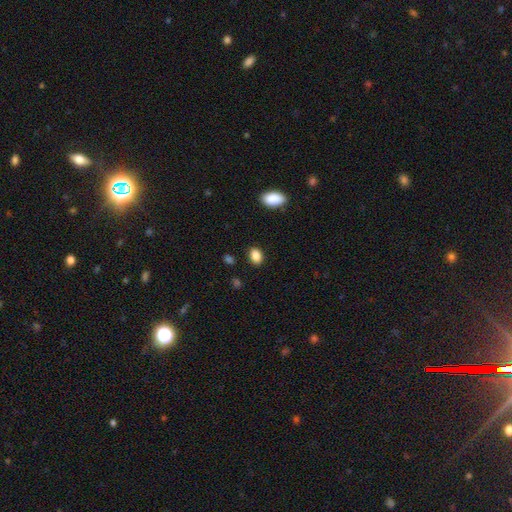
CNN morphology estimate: Smooth or featured? Predicted: smooth (p=0.87). How rounded? Predicted: in between (p=0.77). Merging? Predicted: none (p=0.87).